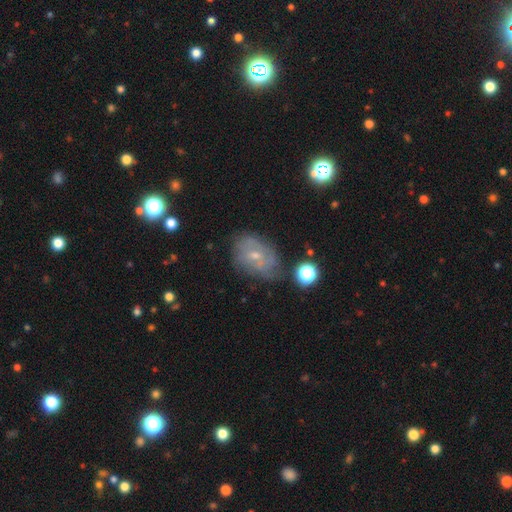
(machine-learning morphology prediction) The model was most divided on "bar": no: 58%, weak: 36%, strong: 6%. More confident: edge-on disk — no (95%); spiral arms — yes (68%); merging — none (62%); bulge size — small (61%); smooth or featured — featured or disk (58%).